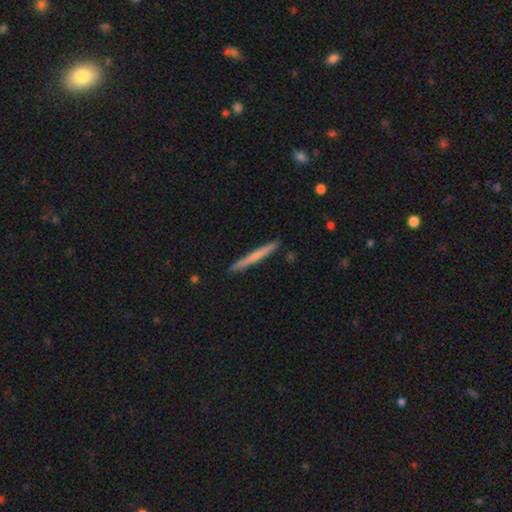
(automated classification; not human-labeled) smooth-or-featured: smooth: 60% | featured or disk: 35% | star or artifact: 5%
  how-rounded: cigar-shaped: 97% | in between: 2% | round: 1%
  merging: none: 91% | minor disturbance: 6% | merger: 1% | major disturbance: 1%